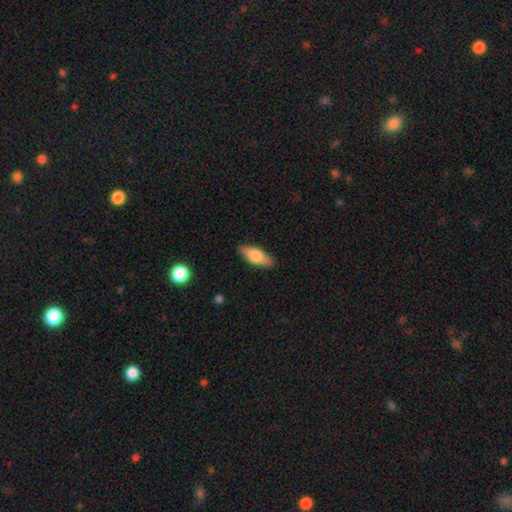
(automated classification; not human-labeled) Smooth or featured? smooth (77%)
How rounded? in between (77%)
Merging? none (87%)